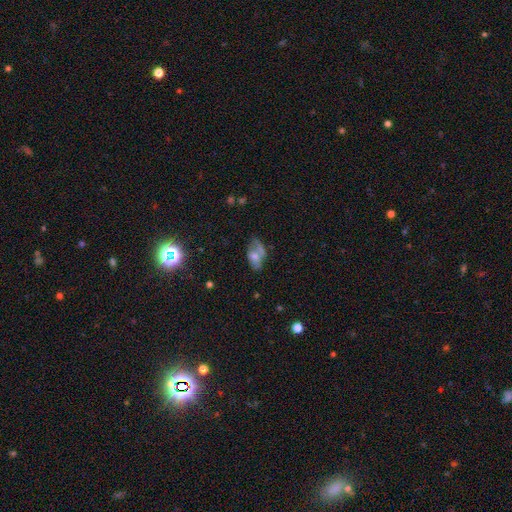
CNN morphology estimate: type=smooth (56%); roundness=in between (90%); merging=none (40%).